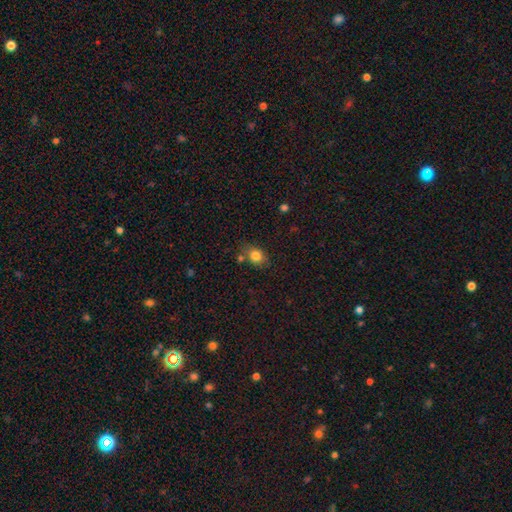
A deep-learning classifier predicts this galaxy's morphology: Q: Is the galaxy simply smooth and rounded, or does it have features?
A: smooth — 81%.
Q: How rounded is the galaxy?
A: in between — 53%.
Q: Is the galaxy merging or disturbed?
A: none — 68%.